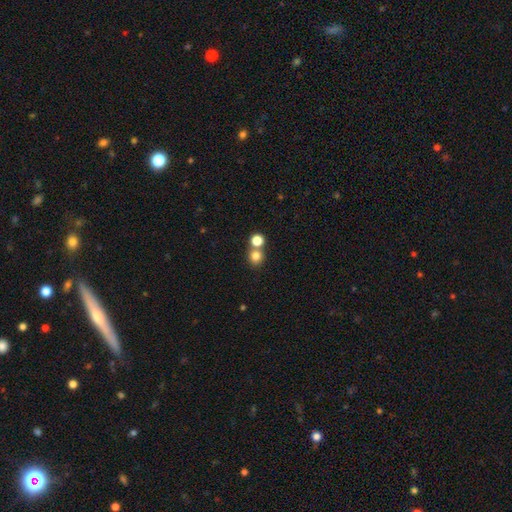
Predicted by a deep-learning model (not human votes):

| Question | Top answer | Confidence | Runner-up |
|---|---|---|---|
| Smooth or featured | smooth | 79% | star or artifact (13%) |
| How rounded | round | 88% | in between (11%) |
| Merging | none | 57% | merger (34%) |